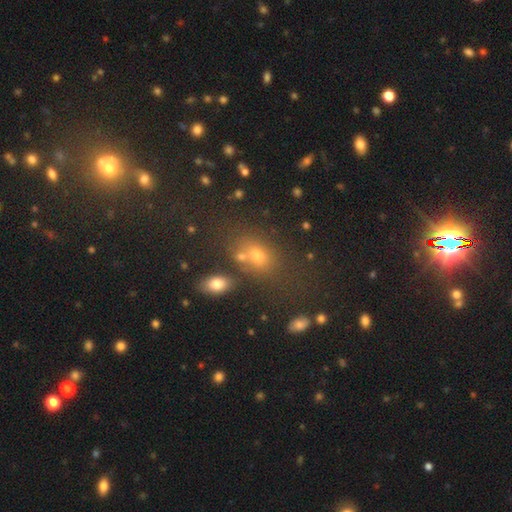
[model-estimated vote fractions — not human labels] smooth-or-featured: smooth: 67% | star or artifact: 20% | featured or disk: 13%
  how-rounded: in between: 69% | round: 28% | cigar-shaped: 2%
  merging: none: 56% | merger: 21% | minor disturbance: 15% | major disturbance: 8%